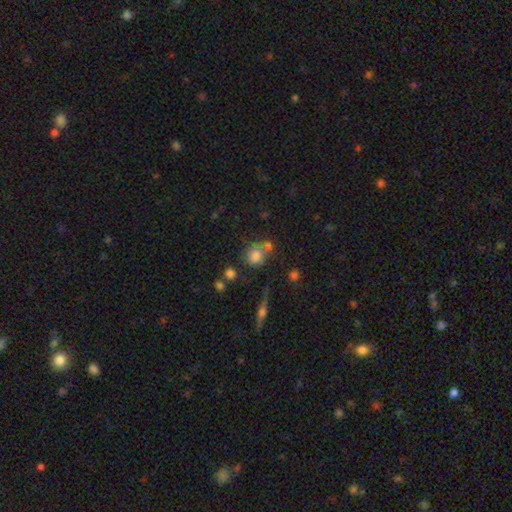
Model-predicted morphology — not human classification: Smooth or featured?
  - smooth: 74% *
  - featured or disk: 13%
  - star or artifact: 13%
How rounded?
  - round: 73% *
  - in between: 26%
  - cigar-shaped: 1%
Merging?
  - none: 47% *
  - merger: 33%
  - minor disturbance: 13%
  - major disturbance: 6%